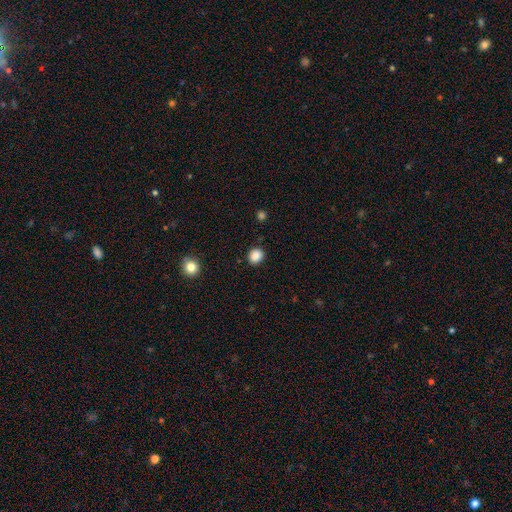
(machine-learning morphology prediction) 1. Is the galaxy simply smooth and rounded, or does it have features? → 87% smooth, 10% star or artifact, 3% featured or disk.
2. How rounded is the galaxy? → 81% round, 18% in between, 1% cigar-shaped.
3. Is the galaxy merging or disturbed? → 89% none, 7% minor disturbance, 2% major disturbance, 1% merger.